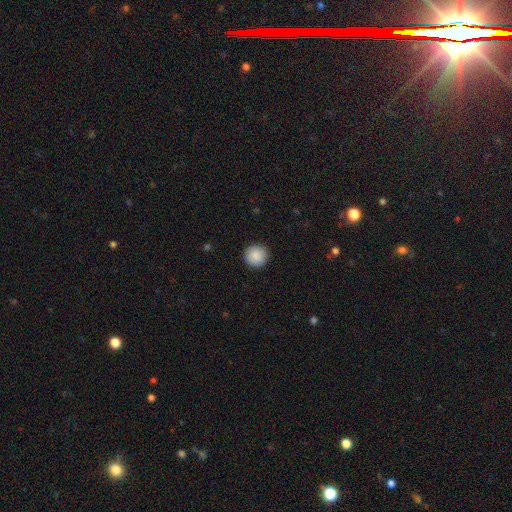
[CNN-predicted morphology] Smooth or featured? Predicted: smooth (p=0.89). How rounded? Predicted: round (p=0.95). Merging? Predicted: none (p=0.92).